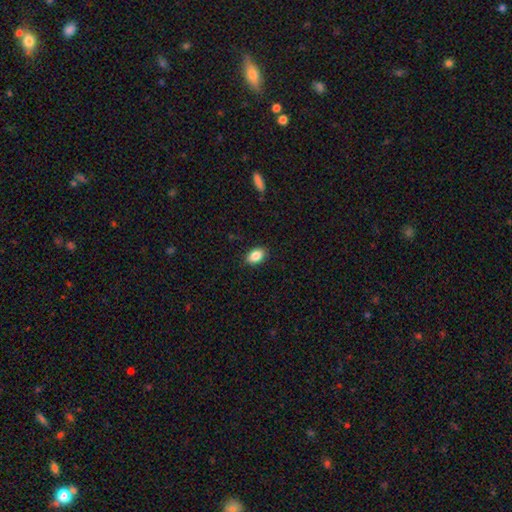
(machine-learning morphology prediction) A smooth galaxy with no disk features (87%) that is in between round and cigar-shaped (87%).

Vote fractions:
- Smooth or featured? smooth: 87% / star or artifact: 8% / featured or disk: 5%
- How rounded? in between: 87% / round: 12% / cigar-shaped: 1%
- Merging? none: 88% / minor disturbance: 9% / major disturbance: 2% / merger: 1%